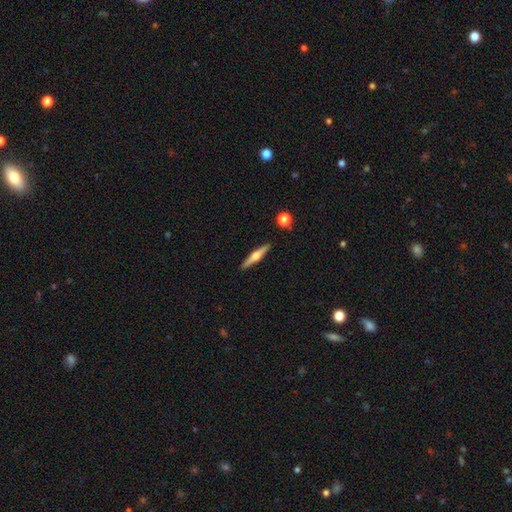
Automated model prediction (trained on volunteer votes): Overall: featured or disk (67%; smooth 28%). Edge-on disk: yes (97%). Edge-on bulge: rounded (93%). Merging: none (91%).